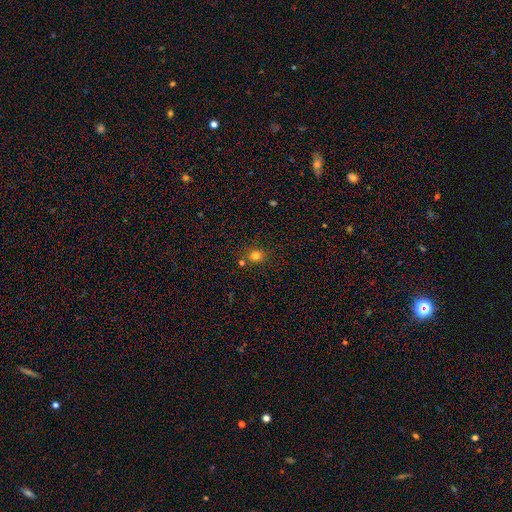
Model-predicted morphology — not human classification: Smooth or featured?
  - smooth: 79% *
  - star or artifact: 15%
  - featured or disk: 6%
How rounded?
  - round: 83% *
  - in between: 16%
  - cigar-shaped: 1%
Merging?
  - none: 77% *
  - merger: 10%
  - minor disturbance: 9%
  - major disturbance: 3%